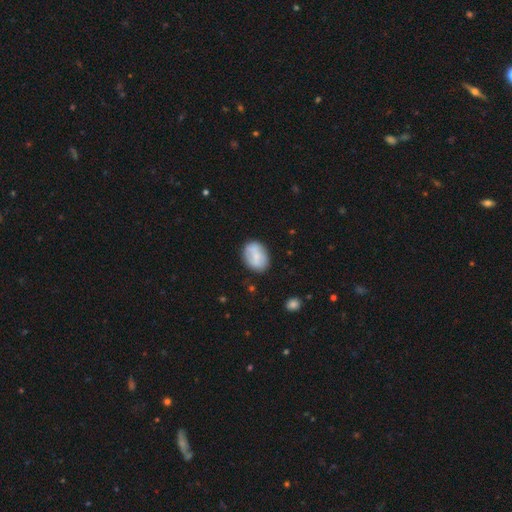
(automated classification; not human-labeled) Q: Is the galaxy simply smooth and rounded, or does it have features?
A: smooth — 65%.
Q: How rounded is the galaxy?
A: in between — 72%.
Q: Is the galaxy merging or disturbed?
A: none — 75%.